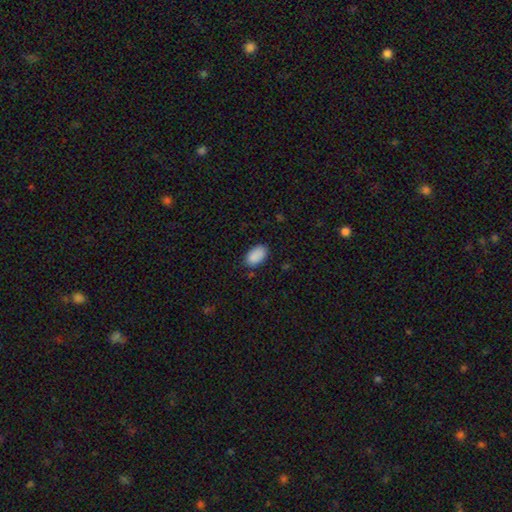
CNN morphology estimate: smooth 89%, star or artifact 7%, featured or disk 4%. Down the decision tree: how rounded — in between (93%); merging — none (80%).